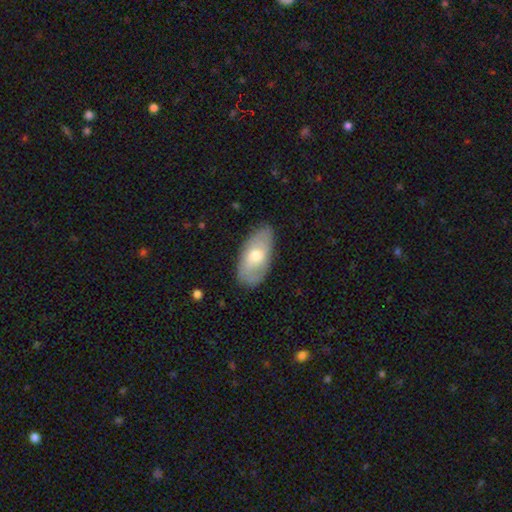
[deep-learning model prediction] smooth-or-featured: smooth: 57% | featured or disk: 38% | star or artifact: 6%
  how-rounded: in between: 92% | cigar-shaped: 5% | round: 4%
  merging: none: 78% | minor disturbance: 17% | major disturbance: 4% | merger: 1%